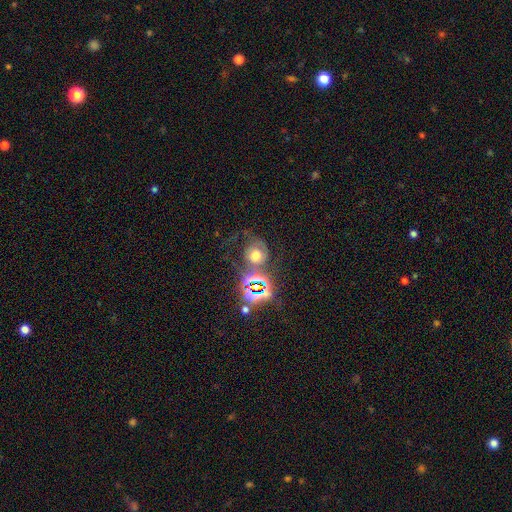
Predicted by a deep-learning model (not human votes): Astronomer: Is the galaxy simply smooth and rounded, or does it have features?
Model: smooth — 43% (runner-up: star or artifact, 32%).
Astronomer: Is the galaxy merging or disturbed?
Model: none — 41% (runner-up: major disturbance, 23%).